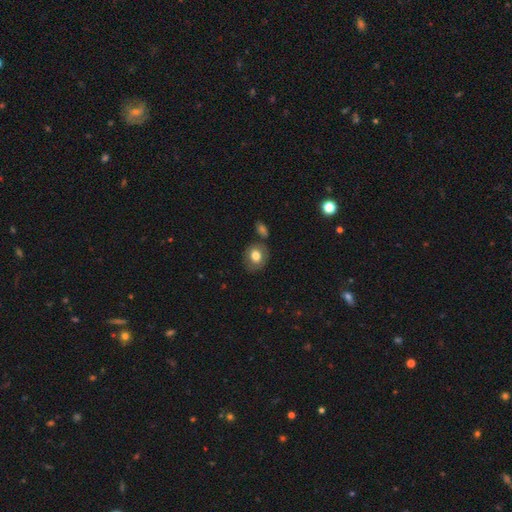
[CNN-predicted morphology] Smooth or featured? smooth (77%)
How rounded? round (64%)
Merging? none (74%)